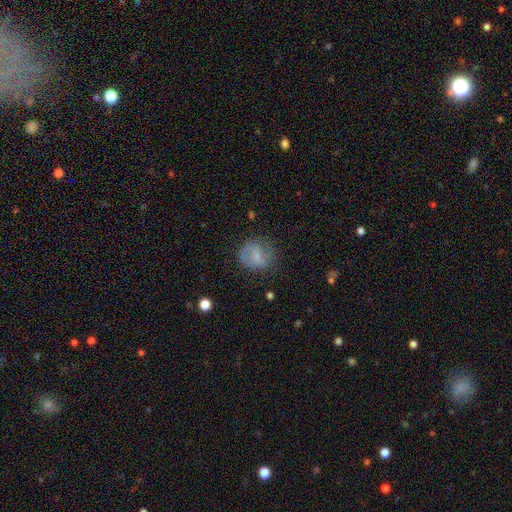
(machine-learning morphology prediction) A smooth galaxy with no disk features (54%) that is round (69%).

Vote fractions:
- Smooth or featured? smooth: 54% / featured or disk: 36% / star or artifact: 9%
- How rounded? round: 69% / in between: 29% / cigar-shaped: 2%
- Merging? none: 64% / minor disturbance: 22% / major disturbance: 12% / merger: 2%